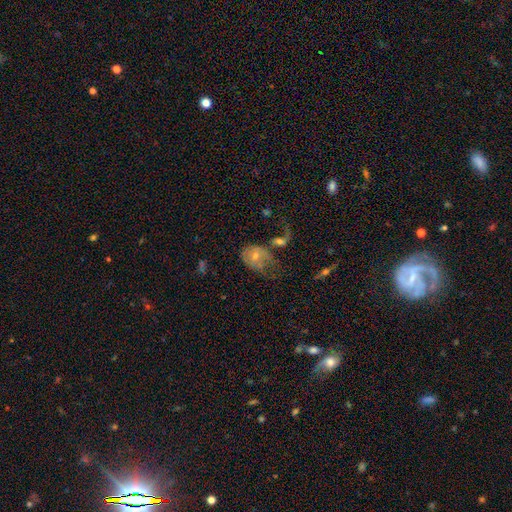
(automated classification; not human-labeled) Smooth or featured?
  - featured or disk: 53% *
  - smooth: 35%
  - star or artifact: 13%
Edge-on disk?
  - no: 95% *
  - yes: 5%
Bar?
  - no: 79% *
  - weak: 17%
  - strong: 4%
Spiral arms?
  - yes: 61% *
  - no: 39%
Bulge size?
  - moderate: 52% *
  - small: 41%
  - large: 3%
  - none: 3%
  - dominant: 1%
Merging?
  - major disturbance: 28% *
  - merger: 27%
  - none: 27%
  - minor disturbance: 18%